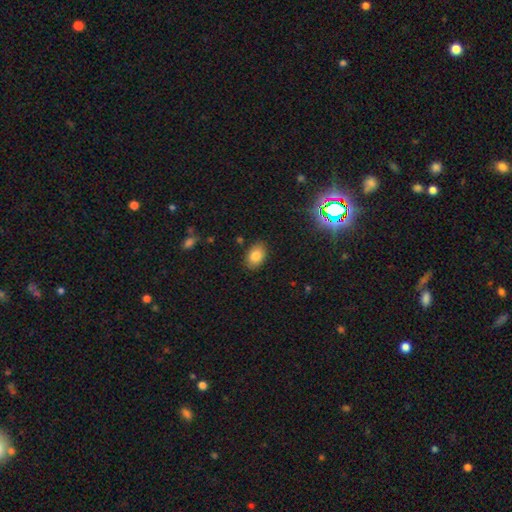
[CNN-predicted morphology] type=smooth (81%); roundness=in between (82%); merging=none (86%).